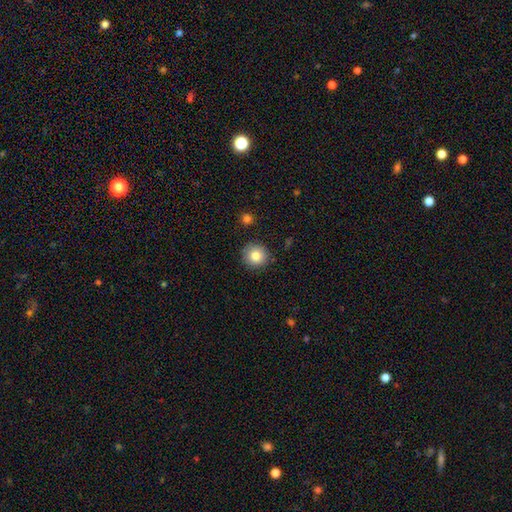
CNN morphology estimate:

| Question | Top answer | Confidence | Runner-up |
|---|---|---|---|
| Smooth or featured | smooth | 83% | star or artifact (9%) |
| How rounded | round | 94% | in between (5%) |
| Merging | none | 88% | minor disturbance (8%) |